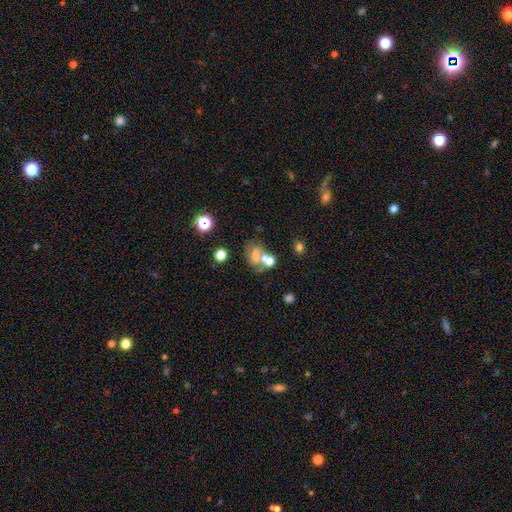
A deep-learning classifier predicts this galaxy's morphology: type=smooth (54%); roundness=in between (64%); merging=merger (43%).